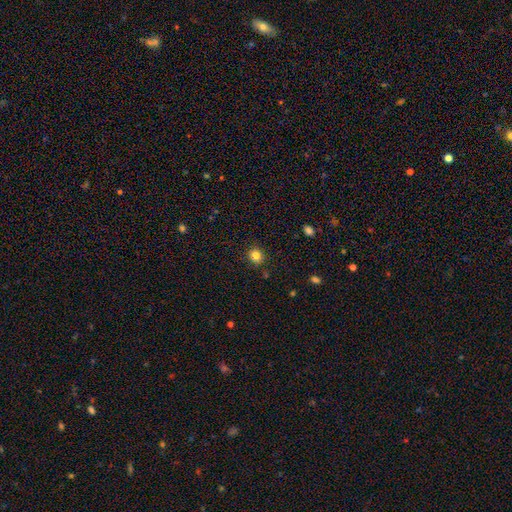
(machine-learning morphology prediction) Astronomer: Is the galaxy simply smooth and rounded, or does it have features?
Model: smooth — 83%.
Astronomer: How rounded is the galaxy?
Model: round — 81%.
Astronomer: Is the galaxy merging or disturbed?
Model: none — 89%.